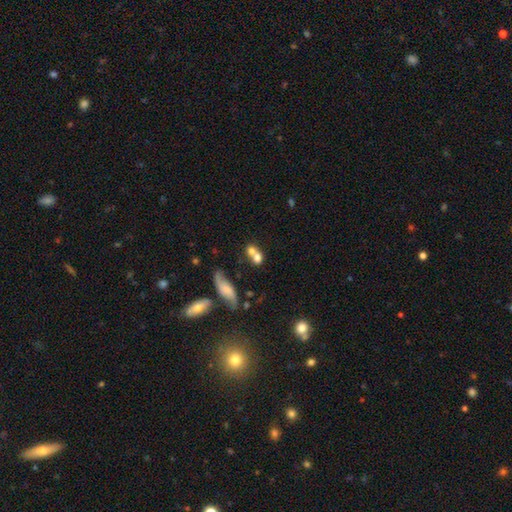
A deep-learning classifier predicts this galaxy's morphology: Smooth or featured?
  - smooth: 68% *
  - featured or disk: 22%
  - star or artifact: 11%
How rounded?
  - round: 57% *
  - in between: 40%
  - cigar-shaped: 4%
Merging?
  - merger: 57% *
  - none: 28%
  - minor disturbance: 9%
  - major disturbance: 6%